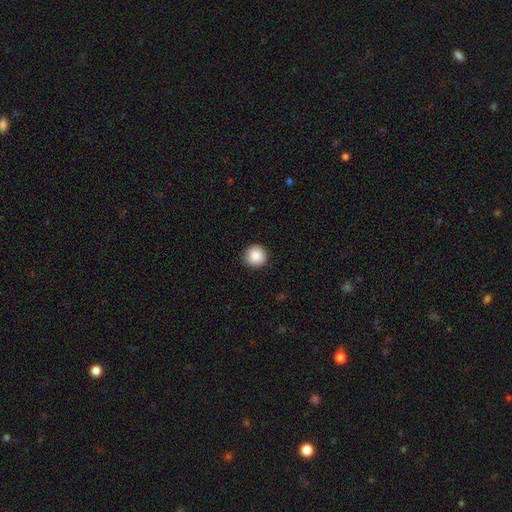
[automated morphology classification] smooth 88%, star or artifact 8%, featured or disk 4%. Down the decision tree: how rounded — round (94%); merging — none (91%).